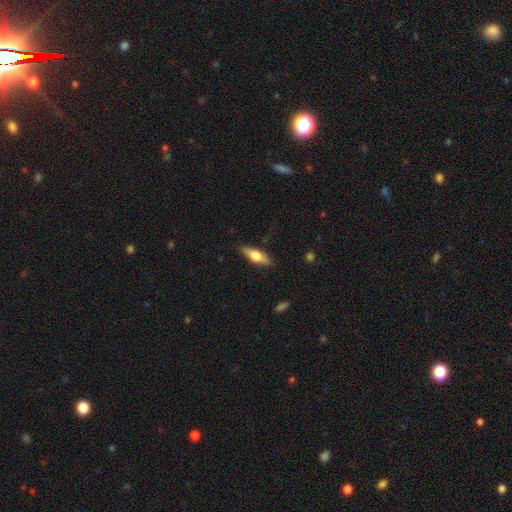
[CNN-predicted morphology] Smooth or featured?
  - featured or disk: 49% *
  - smooth: 44%
  - star or artifact: 6%
Merging?
  - none: 82% *
  - minor disturbance: 14%
  - major disturbance: 3%
  - merger: 1%